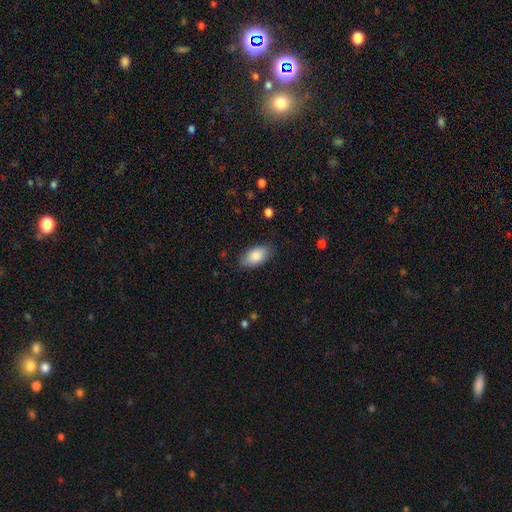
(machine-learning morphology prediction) smooth-or-featured: smooth: 87% | featured or disk: 7% | star or artifact: 6%
  how-rounded: in between: 93% | round: 4% | cigar-shaped: 3%
  merging: none: 82% | minor disturbance: 14% | major disturbance: 3% | merger: 1%